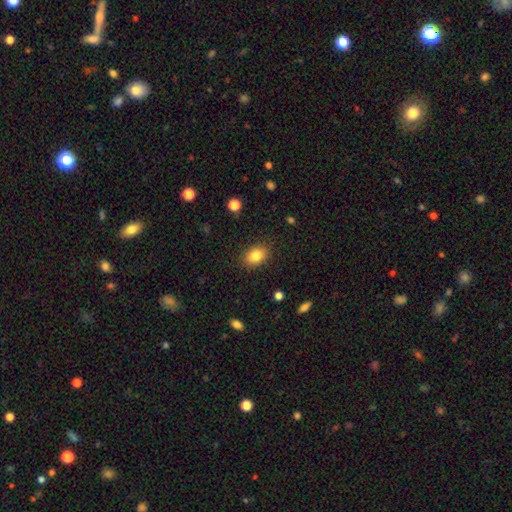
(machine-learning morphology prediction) Overall: smooth (84%). How rounded: in between (77%). Merging: none (87%).